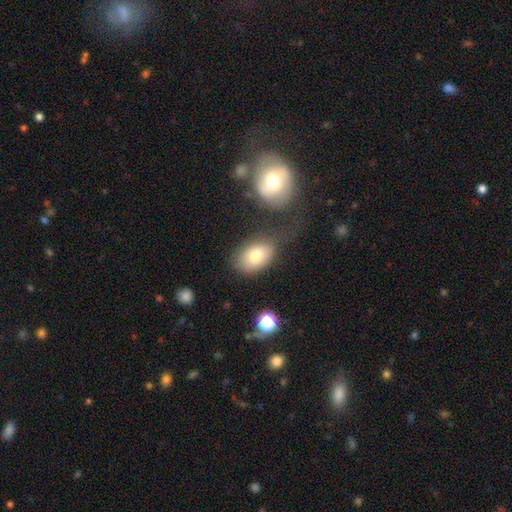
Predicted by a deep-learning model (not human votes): A smooth galaxy with no disk features (78%) that is in between round and cigar-shaped (83%). Merging: none (61%).